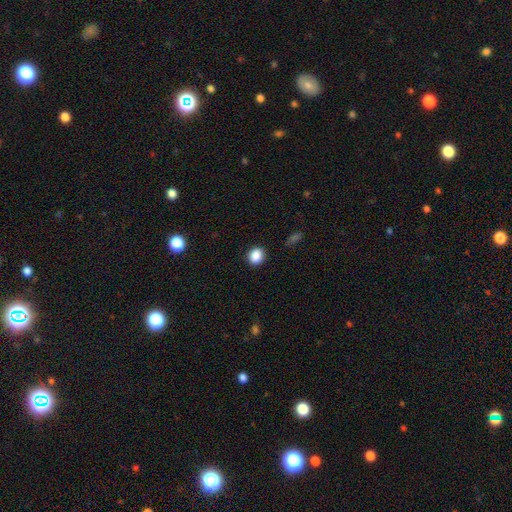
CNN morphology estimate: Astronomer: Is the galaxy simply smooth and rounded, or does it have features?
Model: smooth — 87%.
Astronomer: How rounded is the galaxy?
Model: round — 71%.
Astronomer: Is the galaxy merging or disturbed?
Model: none — 89%.